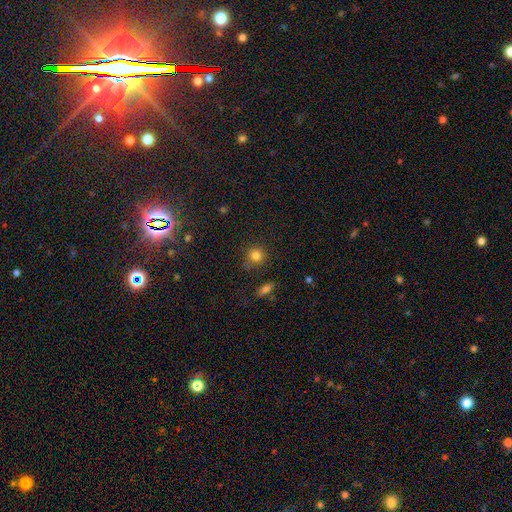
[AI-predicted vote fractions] Smooth or featured? Predicted: smooth (p=0.82). How rounded? Predicted: round (p=0.89). Merging? Predicted: none (p=0.77).